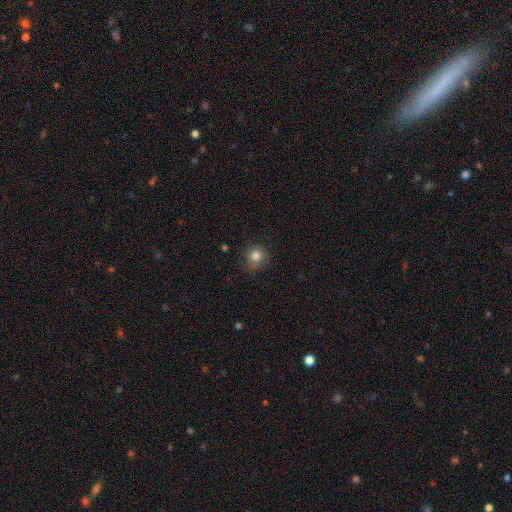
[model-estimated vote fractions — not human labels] A smooth galaxy with no disk features (82%) that is round (87%). Merging: none (79%).